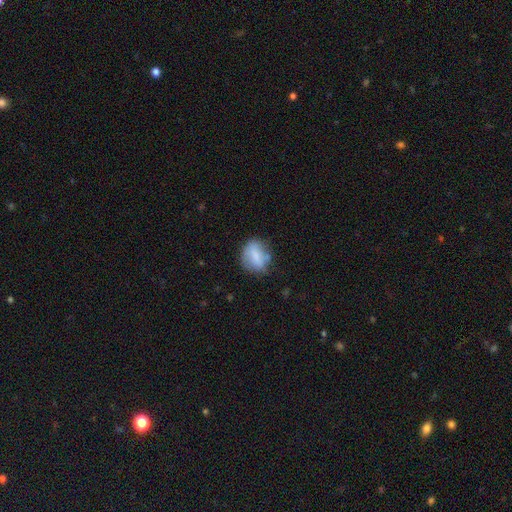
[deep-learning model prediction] Smooth or featured? Predicted: smooth (p=0.74). How rounded? Predicted: round (p=0.51). Merging? Predicted: none (p=0.60).